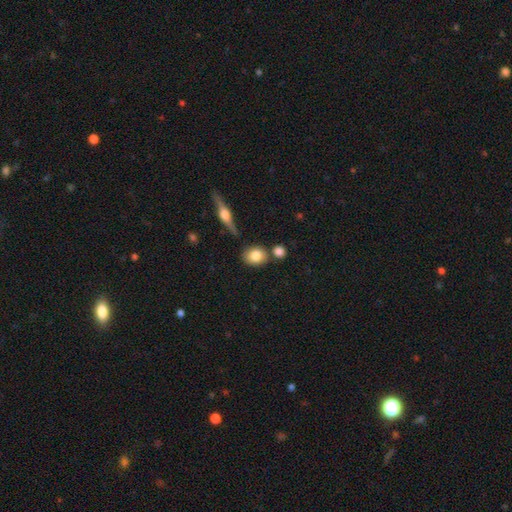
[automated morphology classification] smooth_or_featured: smooth (p=0.80) [alt: featured or disk p=0.12]
how_rounded: round (p=0.52) [alt: in between p=0.45]
merging: none (p=0.73) [alt: merger p=0.13]